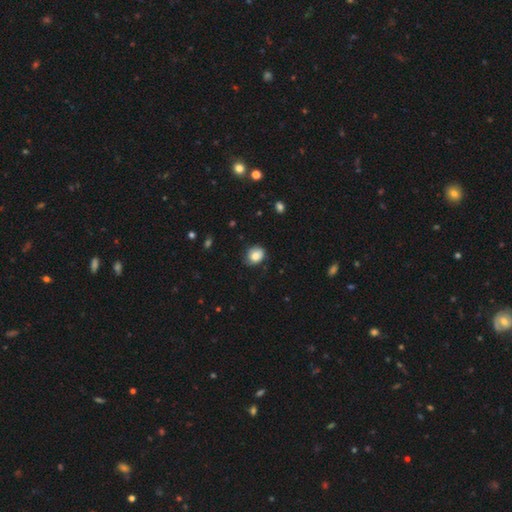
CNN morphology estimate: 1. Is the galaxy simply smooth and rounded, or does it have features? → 80% smooth, 11% featured or disk, 9% star or artifact.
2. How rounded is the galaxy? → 63% round, 36% in between, 1% cigar-shaped.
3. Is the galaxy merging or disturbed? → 74% none, 20% minor disturbance, 4% major disturbance, 1% merger.